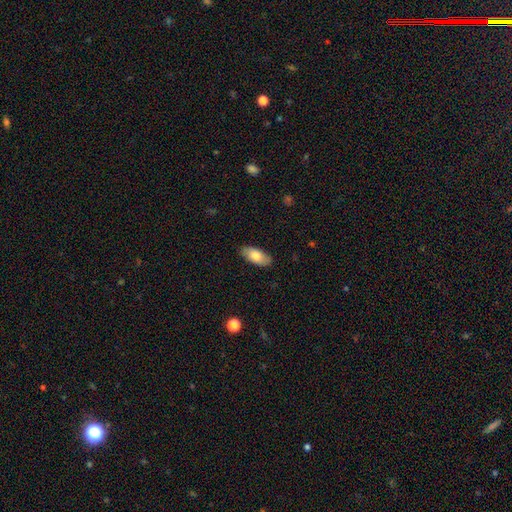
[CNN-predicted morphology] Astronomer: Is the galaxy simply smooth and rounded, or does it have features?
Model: smooth — 78%.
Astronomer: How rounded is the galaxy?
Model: in between — 91%.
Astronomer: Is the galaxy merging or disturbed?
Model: none — 87%.